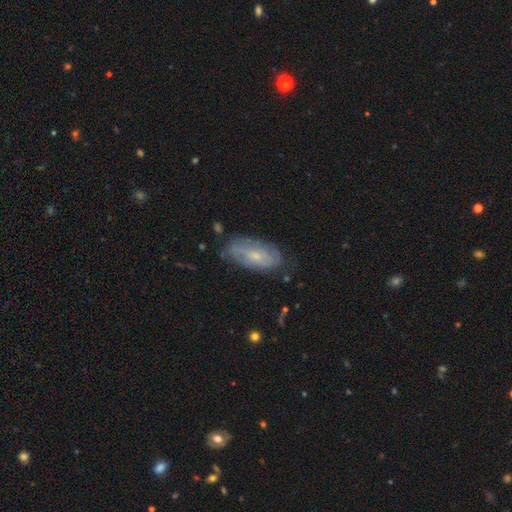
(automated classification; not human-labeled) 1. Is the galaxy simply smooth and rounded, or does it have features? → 55% featured or disk, 38% smooth, 8% star or artifact.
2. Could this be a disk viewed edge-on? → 89% no, 11% yes.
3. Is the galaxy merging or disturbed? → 67% none, 25% minor disturbance, 6% major disturbance, 2% merger.